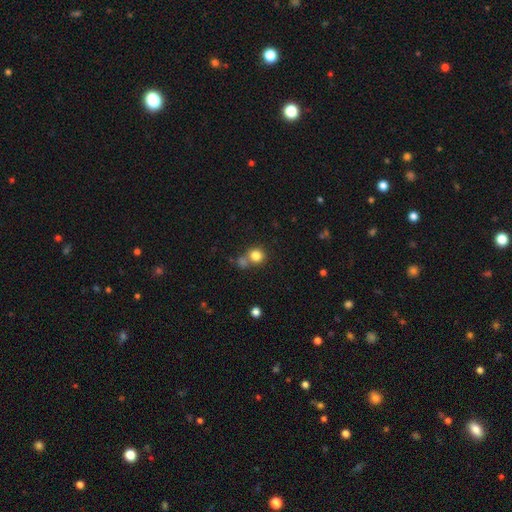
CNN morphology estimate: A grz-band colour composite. It shows a smooth galaxy with no disk features (81%) that is round (88%). Merging: none (58%).